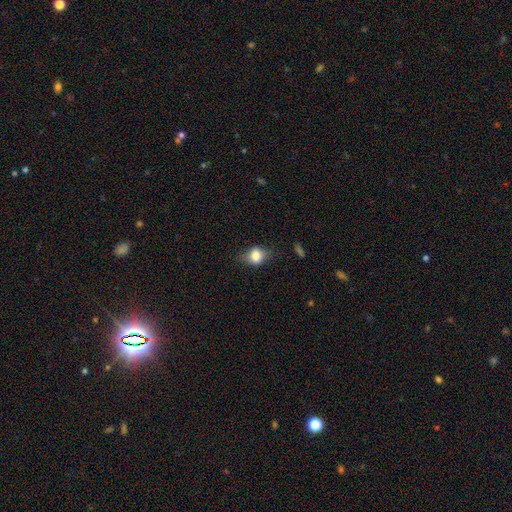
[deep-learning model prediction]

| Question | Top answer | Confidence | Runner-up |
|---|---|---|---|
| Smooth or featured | smooth | 76% | featured or disk (15%) |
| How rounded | round | 49% | tied: in between (49%) |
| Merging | none | 66% | minor disturbance (25%) |